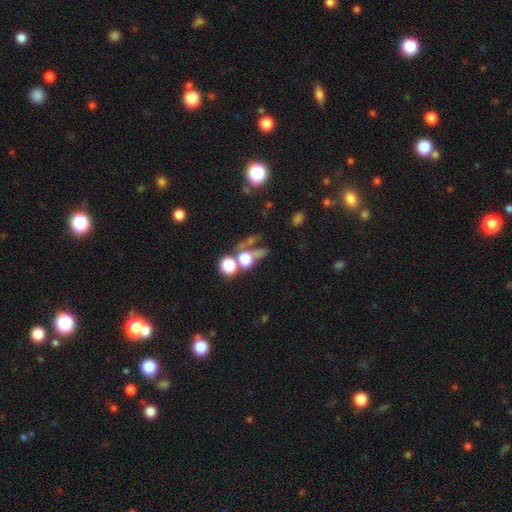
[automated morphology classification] smooth_or_featured: smooth (p=0.45) [alt: star or artifact p=0.31]
merging: none (p=0.44) [alt: merger p=0.27]